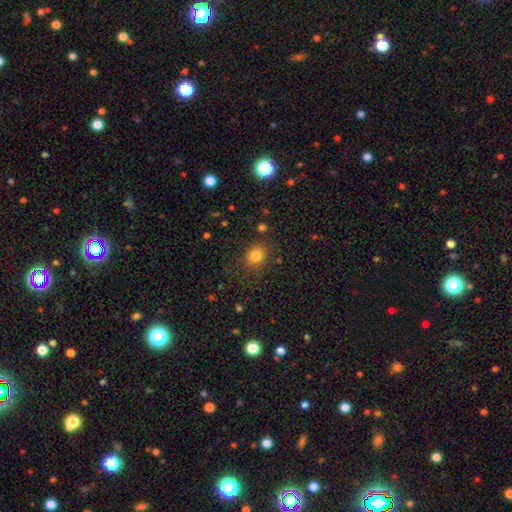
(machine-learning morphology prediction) Q: Smooth or featured?
A: smooth (81%); runner-up: star or artifact (13%)
Q: How rounded?
A: round (70%); runner-up: in between (29%)
Q: Merging?
A: none (83%); runner-up: minor disturbance (11%)